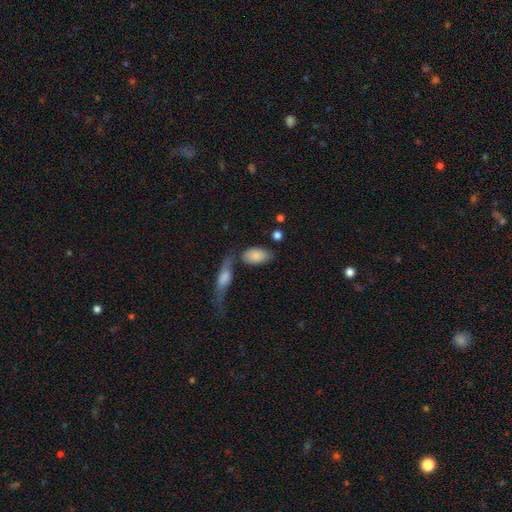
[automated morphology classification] Q: Smooth or featured?
A: smooth (83%); runner-up: featured or disk (11%)
Q: How rounded?
A: in between (93%); runner-up: round (4%)
Q: Merging?
A: none (53%); runner-up: merger (21%)